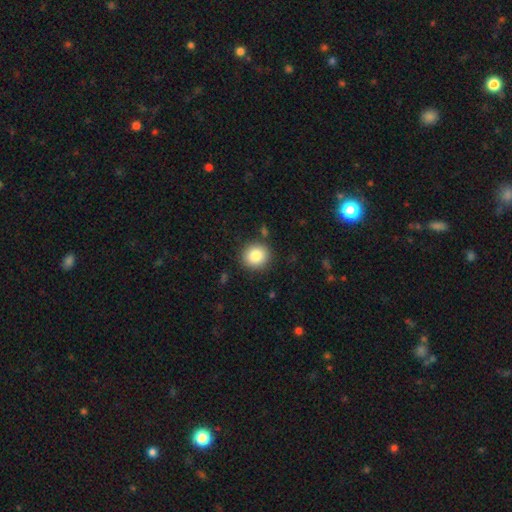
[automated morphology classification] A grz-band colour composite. It shows a smooth galaxy with no disk features (85%) that is round (88%). Merging: none (88%).